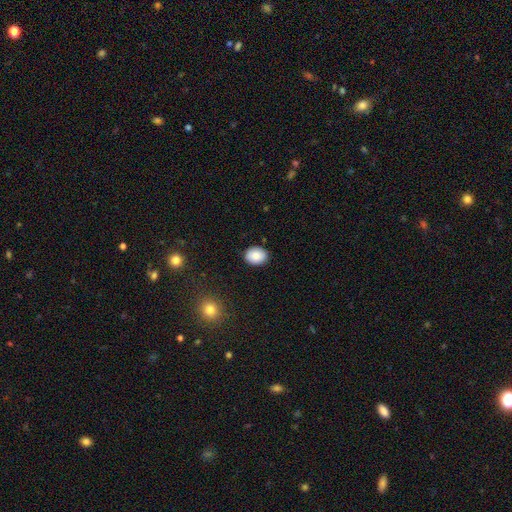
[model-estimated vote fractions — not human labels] This appears to be a smooth galaxy with no disk features (87%) that is in between round and cigar-shaped (53%). Merging: none (89%).